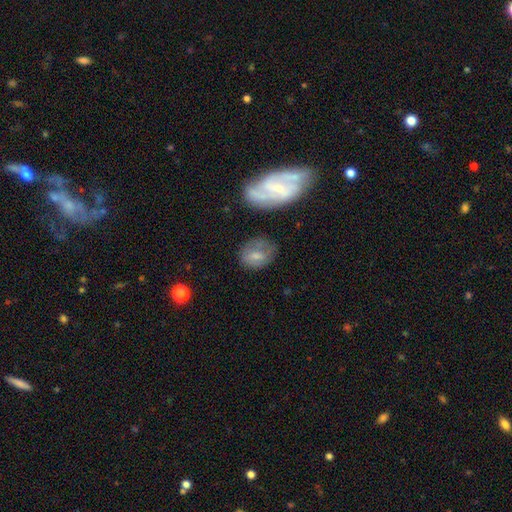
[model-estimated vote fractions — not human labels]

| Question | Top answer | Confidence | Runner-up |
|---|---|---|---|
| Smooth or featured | smooth | 63% | featured or disk (28%) |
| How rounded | in between | 59% | round (39%) |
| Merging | none | 55% | minor disturbance (26%) |